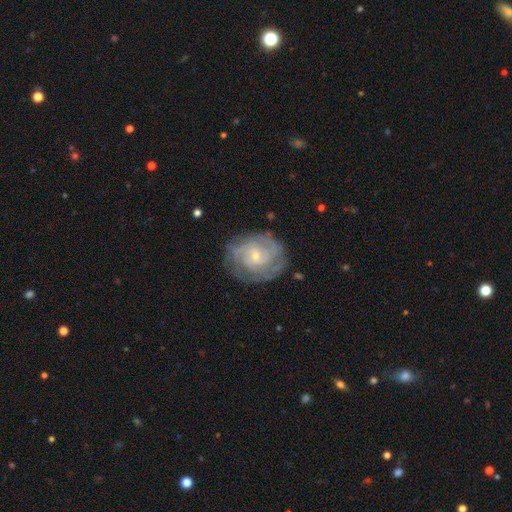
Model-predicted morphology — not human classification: Smooth or featured?
  - featured or disk: 77% *
  - smooth: 15%
  - star or artifact: 7%
Edge-on disk?
  - no: 97% *
  - yes: 3%
Bar?
  - no: 67% *
  - weak: 28%
  - strong: 5%
Spiral arms?
  - yes: 89% *
  - no: 11%
Spiral winding?
  - tight: 64% *
  - medium: 28%
  - loose: 8%
Spiral arm count?
  - can't tell: 43% *
  - 2: 21%
  - 3: 16%
  - 4: 9%
  - more than 4: 5%
  - 1: 5%
Bulge size?
  - small: 70% *
  - moderate: 26%
  - none: 2%
  - large: 1%
  - dominant: 1%
Merging?
  - none: 74% *
  - minor disturbance: 18%
  - major disturbance: 7%
  - merger: 1%